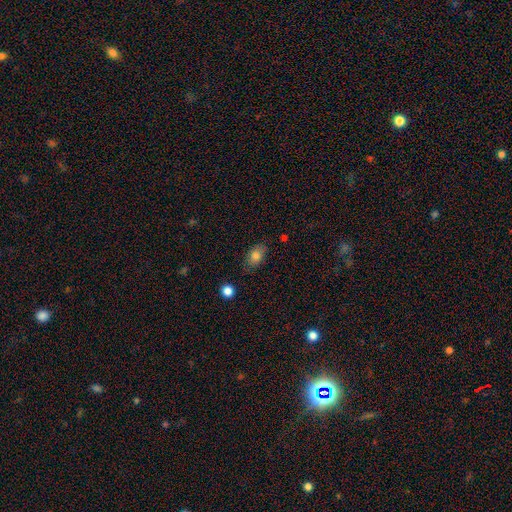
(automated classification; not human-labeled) A smooth galaxy with no disk features (80%) that is in between round and cigar-shaped (81%).

Vote fractions:
- Smooth or featured? smooth: 80% / featured or disk: 10% / star or artifact: 10%
- How rounded? in between: 81% / round: 16% / cigar-shaped: 2%
- Merging? none: 79% / minor disturbance: 16% / major disturbance: 3% / merger: 2%